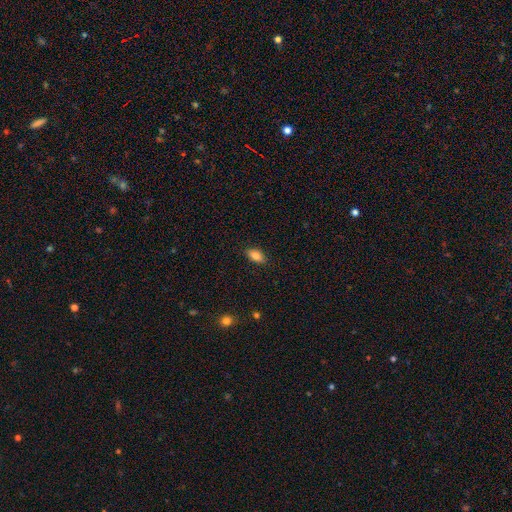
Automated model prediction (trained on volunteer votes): smooth_or_featured: smooth (p=0.80) [alt: featured or disk p=0.12]
how_rounded: in between (p=0.88) [alt: cigar-shaped p=0.07]
merging: none (p=0.87) [alt: minor disturbance p=0.10]